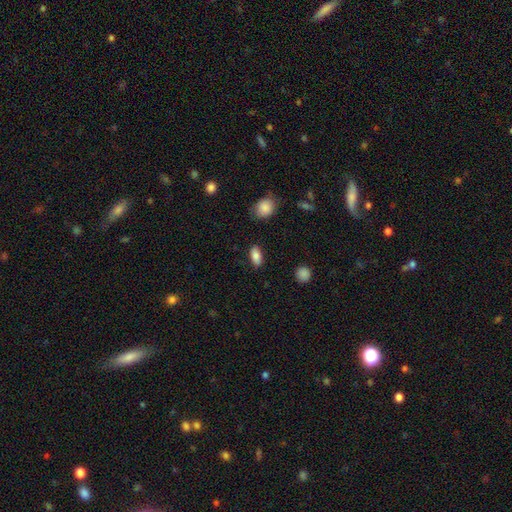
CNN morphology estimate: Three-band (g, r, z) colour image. It shows a smooth galaxy with no disk features (83%) that is in between round and cigar-shaped (89%). Merging: none (87%).